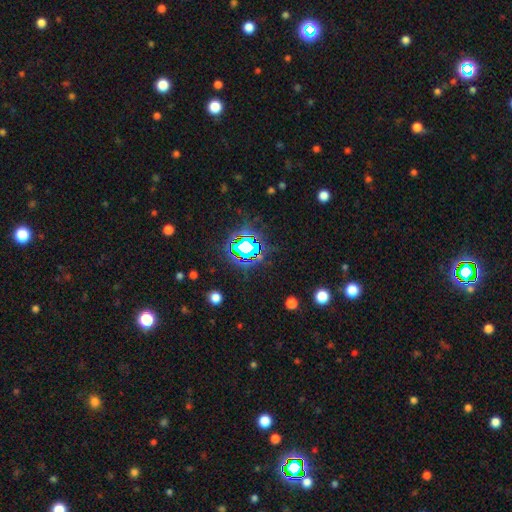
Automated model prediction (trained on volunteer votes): Smooth or featured? Predicted: star or artifact (p=0.76).